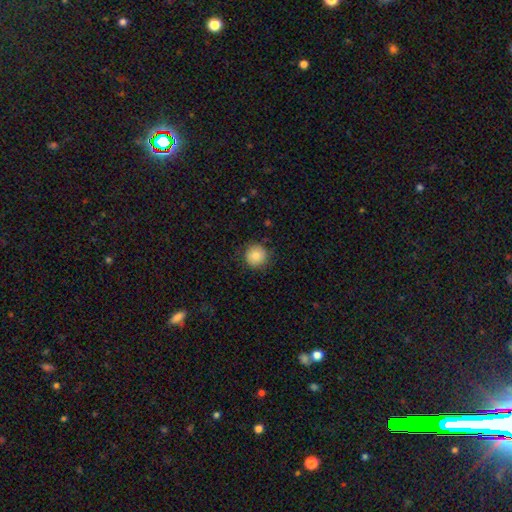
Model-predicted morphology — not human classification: This appears to be a smooth galaxy with no disk features (83%) that is round (94%). Merging: none (85%).